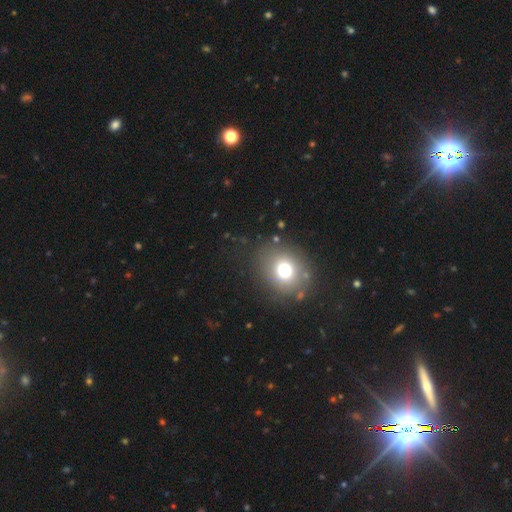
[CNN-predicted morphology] smooth 55%, star or artifact 28%, featured or disk 17%. Down the decision tree: how rounded — round (77%); merging — none (80%).